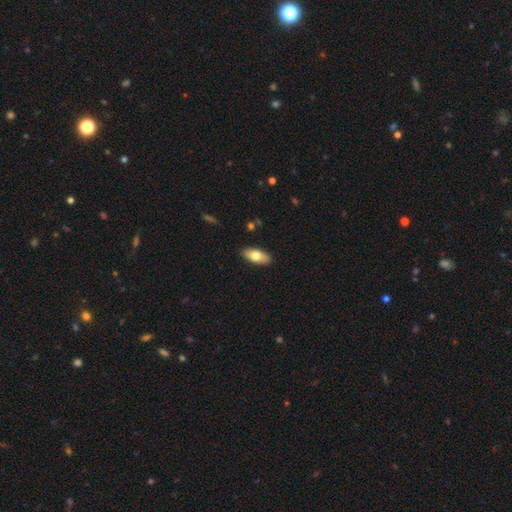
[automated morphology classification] Overall: smooth (72%). How rounded: in between (88%). Merging: none (89%).